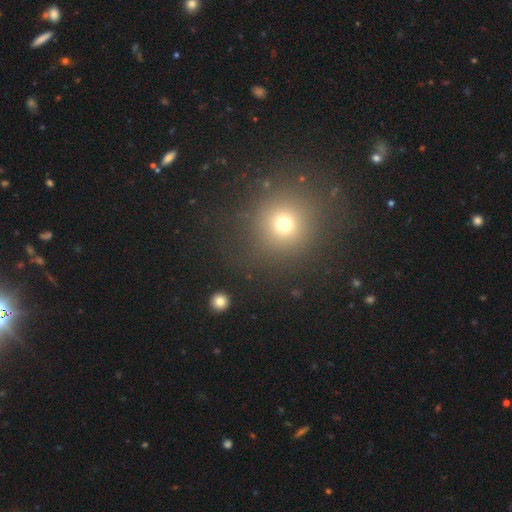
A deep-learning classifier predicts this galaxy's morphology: Smooth or featured? Predicted: smooth (p=0.58). How rounded? Predicted: round (p=0.90). Merging? Predicted: none (p=0.90).